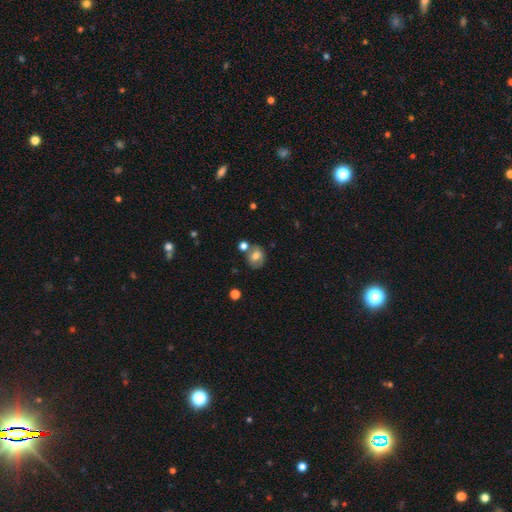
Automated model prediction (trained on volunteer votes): Overall: smooth (64%; featured or disk 26%). How rounded: round (54%; in between 45%). Merging: none (58%; merger 19%).